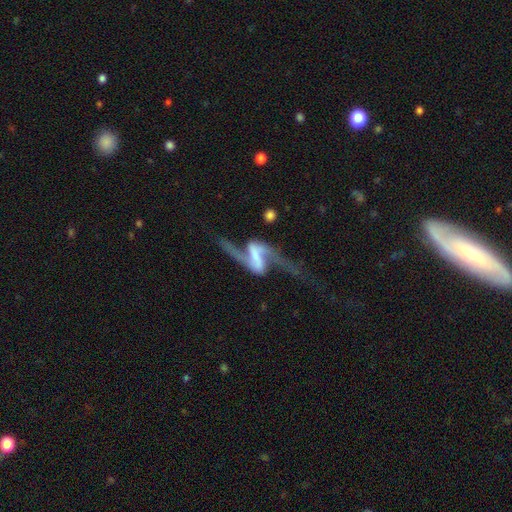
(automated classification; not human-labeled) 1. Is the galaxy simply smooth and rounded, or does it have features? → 88% featured or disk, 7% smooth, 6% star or artifact.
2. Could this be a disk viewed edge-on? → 94% no, 6% yes.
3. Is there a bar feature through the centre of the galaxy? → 60% strong, 29% weak, 11% no.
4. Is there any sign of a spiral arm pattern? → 95% yes, 5% no.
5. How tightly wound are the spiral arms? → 84% loose, 13% medium, 3% tight.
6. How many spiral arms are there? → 92% 2, 3% 1, 2% can't tell, 1% 3, 1% 4, 1% more than 4.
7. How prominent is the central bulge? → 52% none, 22% small, 14% moderate, 9% large, 3% dominant.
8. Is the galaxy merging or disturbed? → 55% none, 23% major disturbance, 16% minor disturbance, 6% merger.